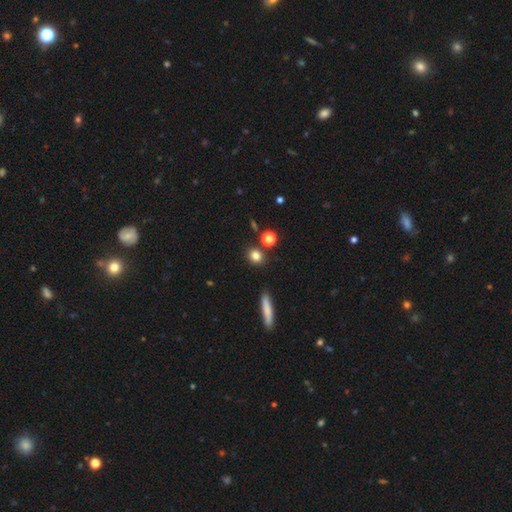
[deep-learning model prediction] Smooth or featured? smooth (81%)
How rounded? round (69%)
Merging? none (82%)